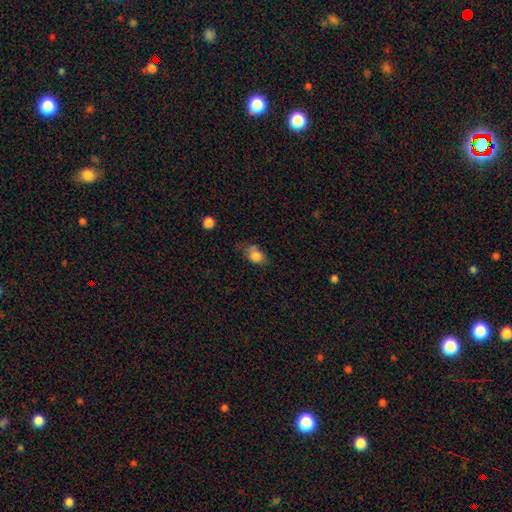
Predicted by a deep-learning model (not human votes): This appears to be a smooth galaxy with no disk features (81%) that is in between round and cigar-shaped (62%). Merging: none (44%).